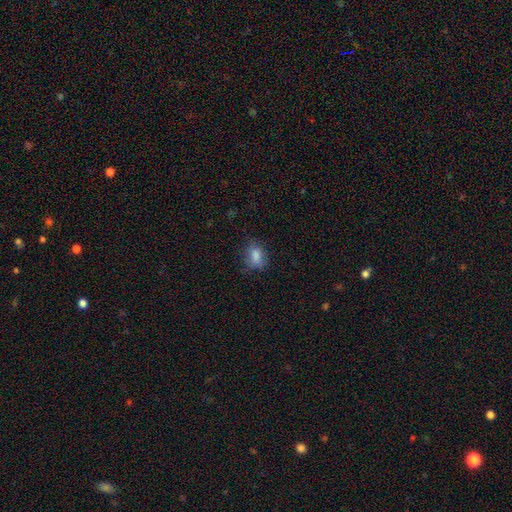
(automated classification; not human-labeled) Q: Smooth or featured?
A: smooth (82%); runner-up: star or artifact (10%)
Q: How rounded?
A: in between (75%); runner-up: round (22%)
Q: Merging?
A: none (71%); runner-up: minor disturbance (21%)